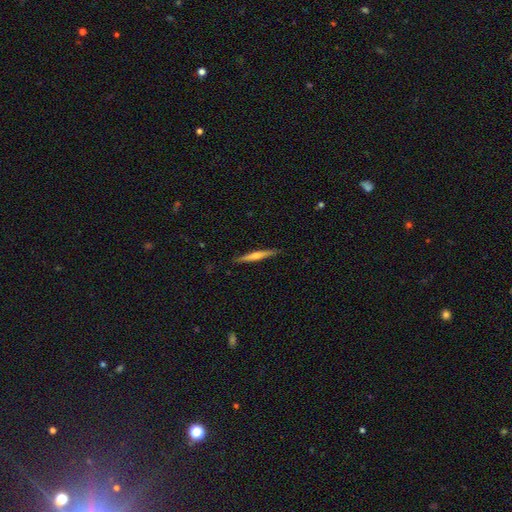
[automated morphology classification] type=featured or disk (52%); edge-on=yes (97%); edge-on bulge=rounded (66%); merging=none (89%).